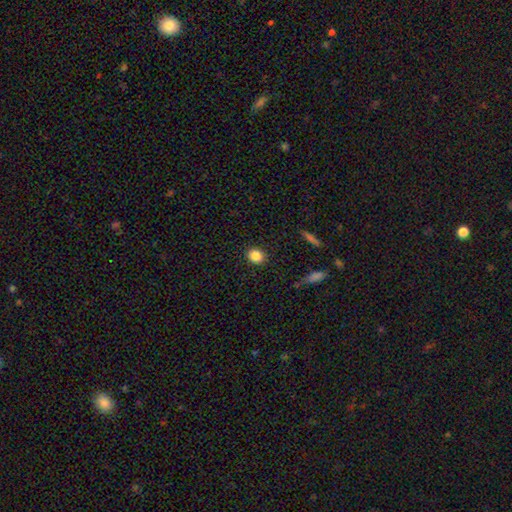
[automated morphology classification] Q: Smooth or featured?
A: smooth (85%); runner-up: star or artifact (10%)
Q: How rounded?
A: round (68%); runner-up: in between (31%)
Q: Merging?
A: none (90%); runner-up: minor disturbance (7%)